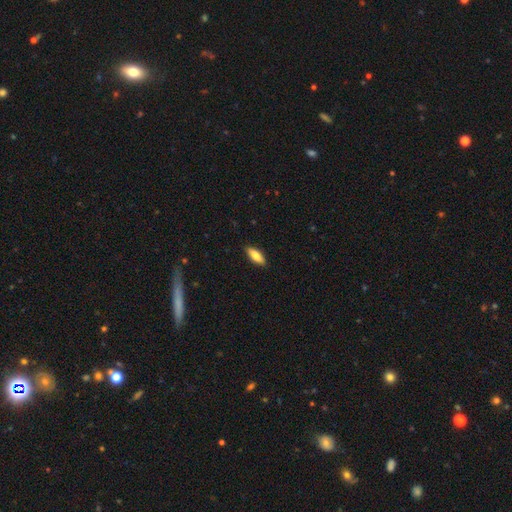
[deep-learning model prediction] Smooth or featured? Predicted: smooth (p=0.80). How rounded? Predicted: in between (p=0.72). Merging? Predicted: none (p=0.88).